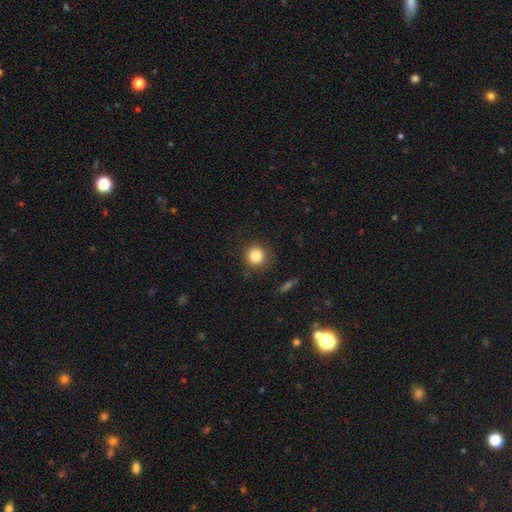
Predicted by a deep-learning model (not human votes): smooth 84%, star or artifact 11%, featured or disk 5%. Down the decision tree: how rounded — round (94%); merging — none (88%).